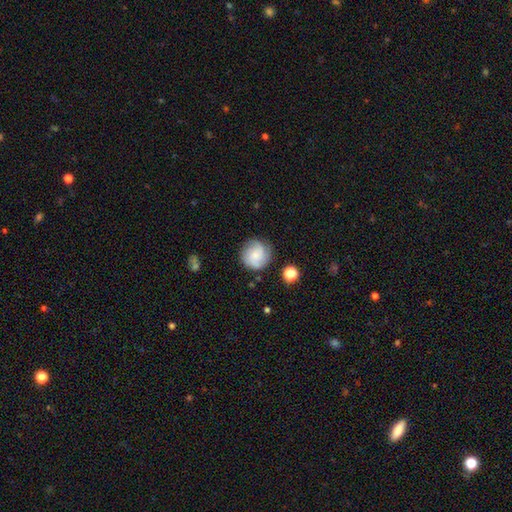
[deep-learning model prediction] Smooth or featured? smooth (53%)
How rounded? round (91%)
Merging? none (79%)